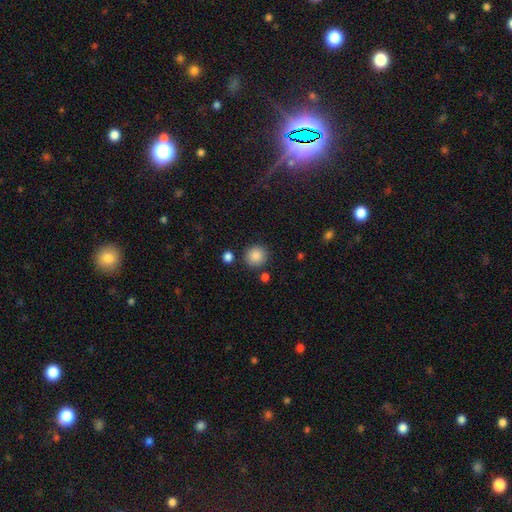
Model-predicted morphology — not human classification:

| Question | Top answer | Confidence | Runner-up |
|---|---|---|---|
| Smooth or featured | smooth | 87% | star or artifact (9%) |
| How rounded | round | 89% | in between (10%) |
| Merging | none | 85% | minor disturbance (8%) |